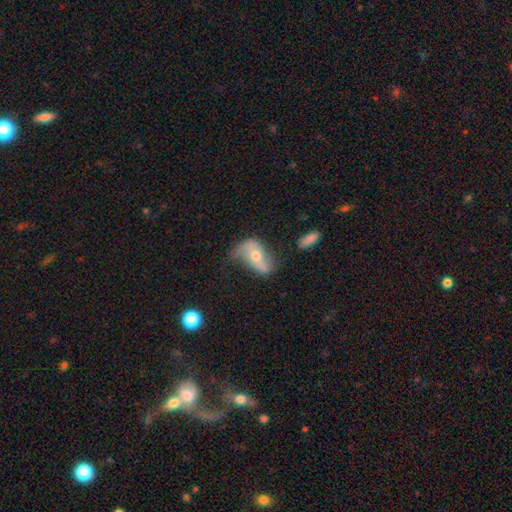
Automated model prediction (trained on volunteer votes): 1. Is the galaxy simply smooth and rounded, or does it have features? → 70% featured or disk, 22% smooth, 8% star or artifact.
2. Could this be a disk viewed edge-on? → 92% no, 8% yes.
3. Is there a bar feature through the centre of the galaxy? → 54% no, 27% weak, 19% strong.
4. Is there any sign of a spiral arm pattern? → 84% yes, 16% no.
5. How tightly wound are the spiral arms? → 79% loose, 15% medium, 5% tight.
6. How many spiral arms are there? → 86% 2, 6% 1, 5% can't tell, 1% 3, 1% 4, 1% more than 4.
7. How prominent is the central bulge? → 51% moderate, 44% small, 3% large, 2% none, 1% dominant.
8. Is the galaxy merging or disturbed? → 47% none, 29% minor disturbance, 19% major disturbance, 5% merger.